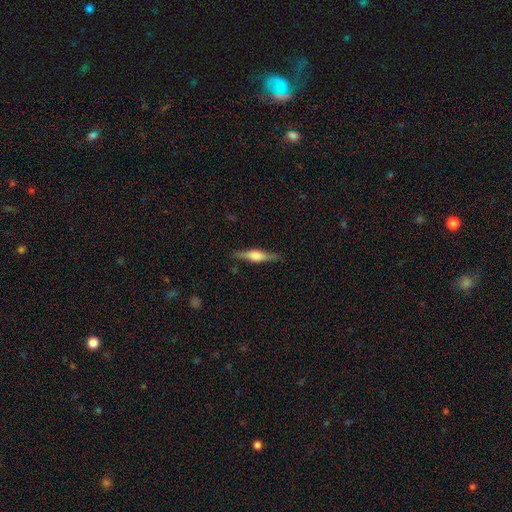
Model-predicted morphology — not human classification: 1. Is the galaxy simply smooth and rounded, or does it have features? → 61% featured or disk, 33% smooth, 6% star or artifact.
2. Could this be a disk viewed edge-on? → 96% yes, 4% no.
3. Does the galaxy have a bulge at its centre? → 79% rounded, 17% boxy, 4% none.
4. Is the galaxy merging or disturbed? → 87% none, 10% minor disturbance, 2% major disturbance, 1% merger.